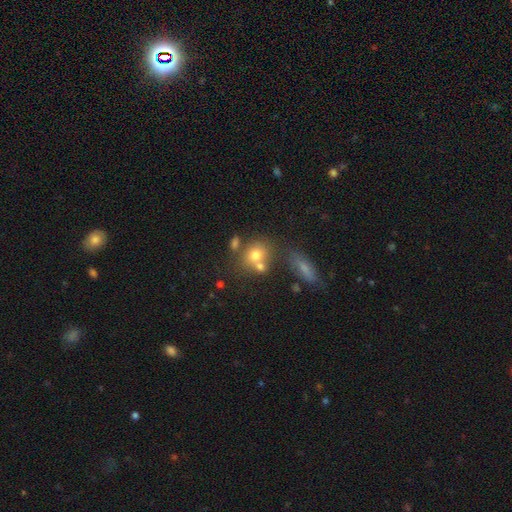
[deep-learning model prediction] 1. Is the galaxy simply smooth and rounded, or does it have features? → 70% smooth, 17% featured or disk, 13% star or artifact.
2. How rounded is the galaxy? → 64% round, 33% in between, 2% cigar-shaped.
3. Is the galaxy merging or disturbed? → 46% none, 37% merger, 12% minor disturbance, 6% major disturbance.